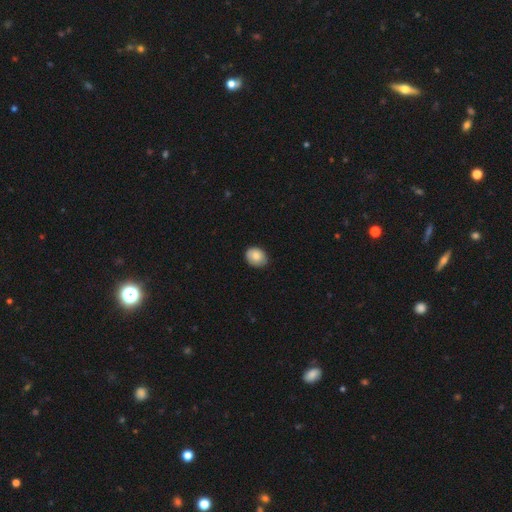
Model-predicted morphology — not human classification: This appears to be a smooth galaxy with no disk features (83%) that is in between round and cigar-shaped (51%). Merging: none (82%).